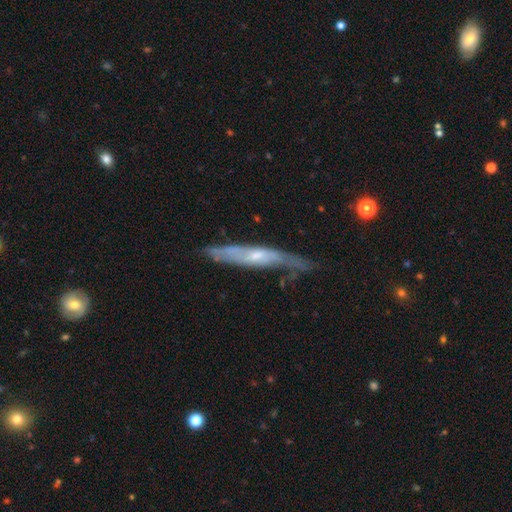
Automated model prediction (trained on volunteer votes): featured or disk 70%, smooth 24%, star or artifact 6%. Down the decision tree: edge-on disk — yes (64%); merging — none (59%).